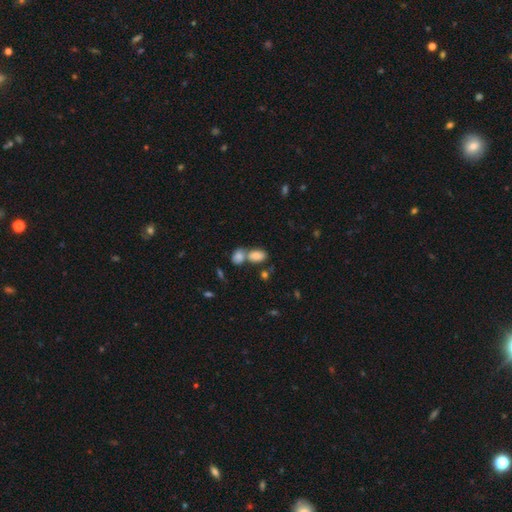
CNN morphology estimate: This appears to be a smooth galaxy with no disk features (81%) that is in between round and cigar-shaped (88%). Merging: merger (53%).